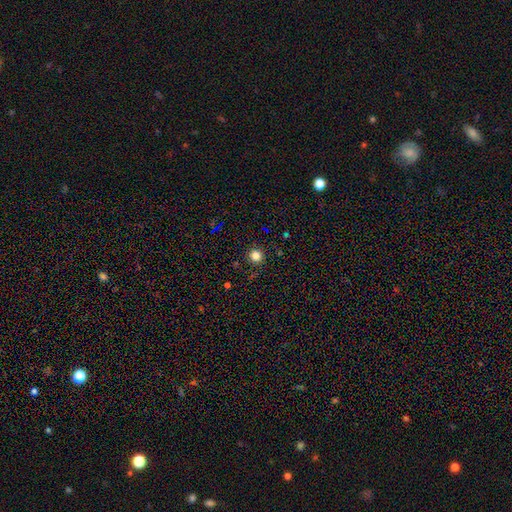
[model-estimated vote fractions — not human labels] Smooth or featured: smooth — 82% (star or artifact — 14%)
How rounded: round — 95% (in between — 4%)
Merging: none — 91% (minor disturbance — 6%)